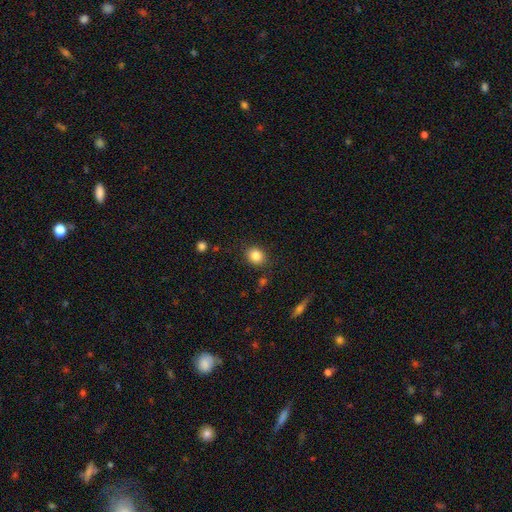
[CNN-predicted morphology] Overall: smooth (85%). How rounded: round (65%; in between 34%). Merging: none (85%).